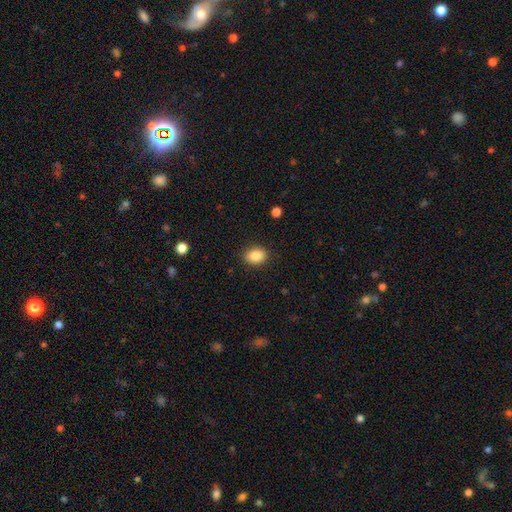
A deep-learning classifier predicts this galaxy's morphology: Smooth or featured? Predicted: smooth (p=0.86). How rounded? Predicted: in between (p=0.63). Merging? Predicted: none (p=0.87).